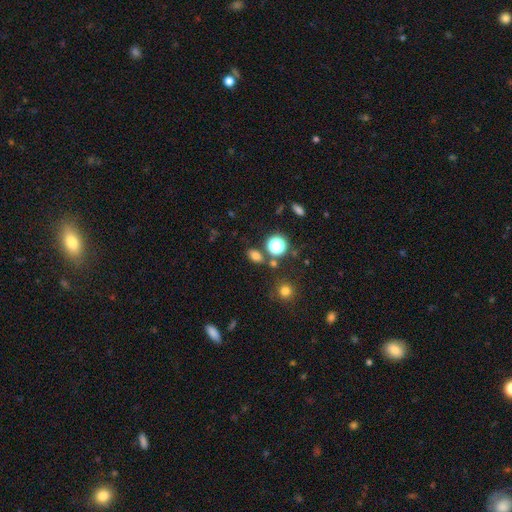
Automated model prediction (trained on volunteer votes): A smooth galaxy with no disk features (71%) that is in between round and cigar-shaped (72%).

Vote fractions:
- Smooth or featured? smooth: 71% / star or artifact: 22% / featured or disk: 7%
- How rounded? in between: 72% / round: 26% / cigar-shaped: 3%
- Merging? none: 77% / minor disturbance: 11% / merger: 9% / major disturbance: 4%